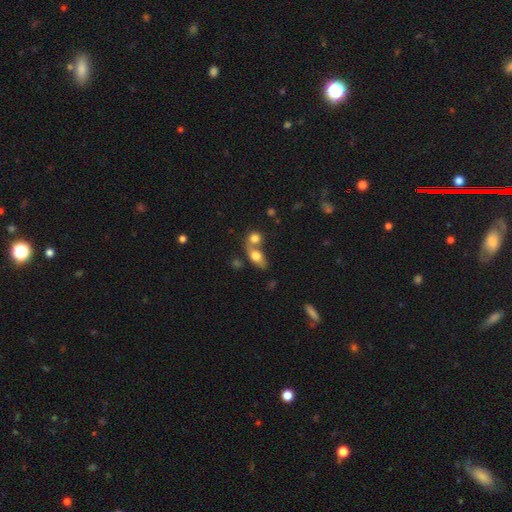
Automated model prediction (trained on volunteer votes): This is likely a smooth galaxy (69%). How rounded: likely in between (69%). Merging: possibly merger (50%).